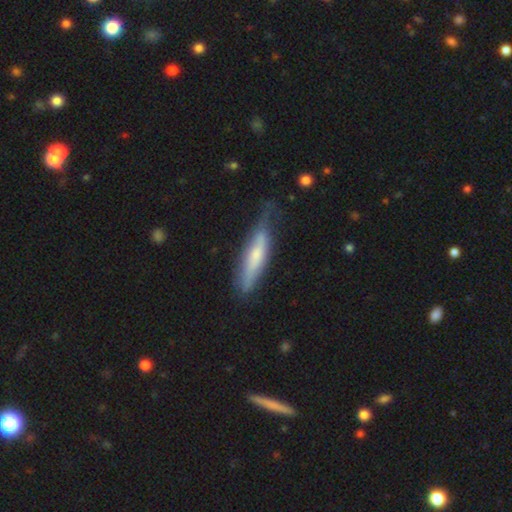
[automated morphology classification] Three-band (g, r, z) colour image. It shows a smooth galaxy with no disk features (53%) that is cigar-shaped (78%). Merging: none (54%).